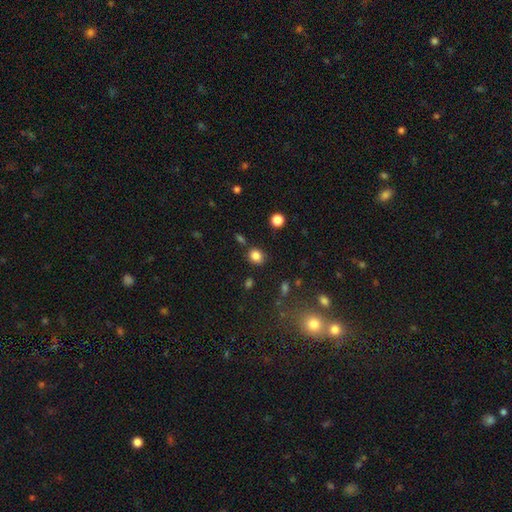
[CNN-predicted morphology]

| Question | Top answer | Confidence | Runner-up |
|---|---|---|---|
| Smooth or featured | smooth | 83% | star or artifact (12%) |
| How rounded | round | 70% | in between (29%) |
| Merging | none | 80% | minor disturbance (11%) |